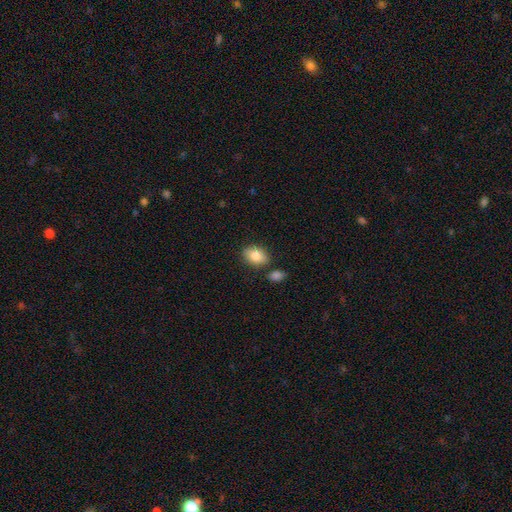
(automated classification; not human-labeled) This is clearly a smooth galaxy (85%). How rounded: likely in between (80%). Merging: likely none (77%).